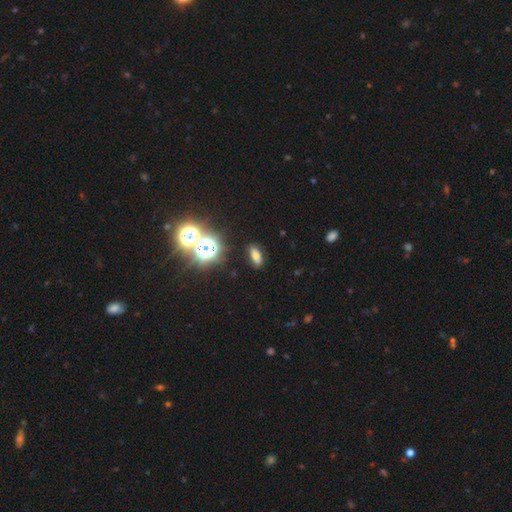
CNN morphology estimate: This is likely a smooth galaxy (65%). How rounded: likely in between (73%). Merging: clearly none (83%).